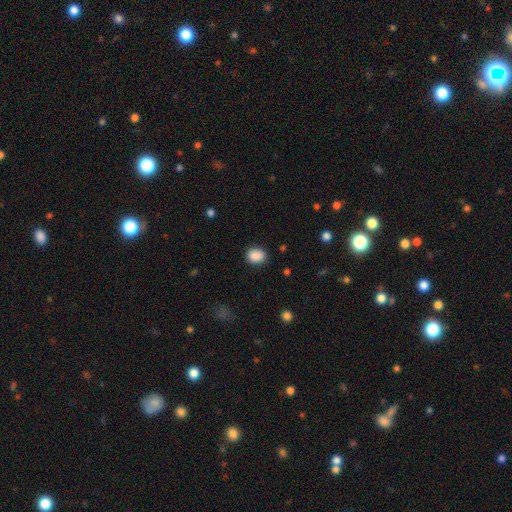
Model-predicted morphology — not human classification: Smooth or featured?
  - smooth: 89% *
  - star or artifact: 8%
  - featured or disk: 3%
How rounded?
  - round: 54% *
  - in between: 45%
  - cigar-shaped: 1%
Merging?
  - none: 86% *
  - minor disturbance: 10%
  - major disturbance: 3%
  - merger: 1%